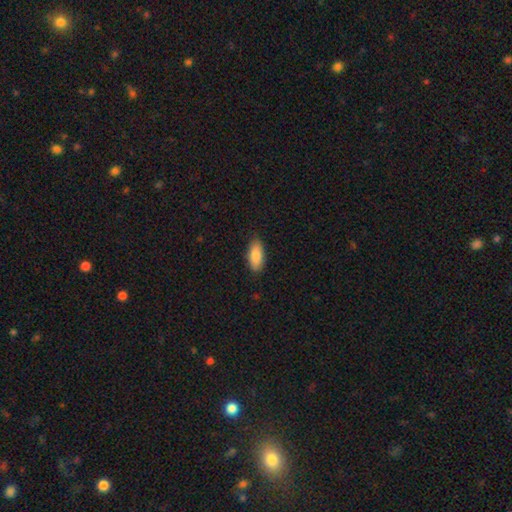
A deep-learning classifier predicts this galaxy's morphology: A smooth galaxy with no disk features (86%) that is in between round and cigar-shaped (84%).

Vote fractions:
- Smooth or featured? smooth: 86% / featured or disk: 8% / star or artifact: 6%
- How rounded? in between: 84% / cigar-shaped: 14% / round: 2%
- Merging? none: 86% / minor disturbance: 11% / major disturbance: 2% / merger: 1%